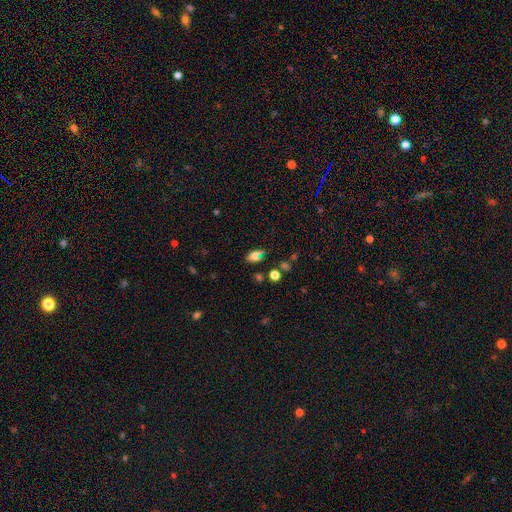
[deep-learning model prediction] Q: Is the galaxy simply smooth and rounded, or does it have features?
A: smooth — 67%.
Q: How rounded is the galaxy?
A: in between — 81%.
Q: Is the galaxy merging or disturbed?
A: none — 72%.